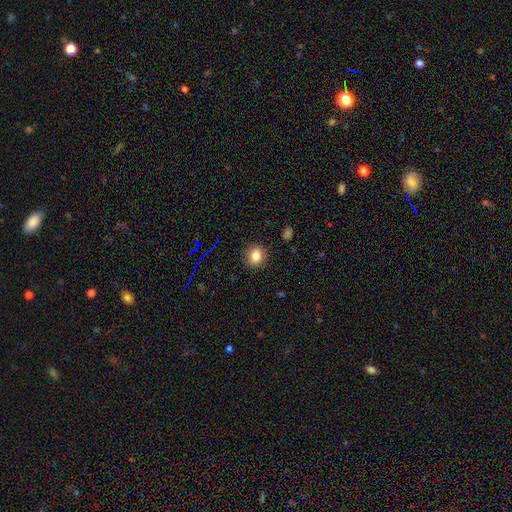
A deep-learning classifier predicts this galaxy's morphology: The model was most divided on "how rounded": round: 71%, in between: 28%, cigar-shaped: 1%. More confident: merging — none (88%); smooth or featured — smooth (79%).